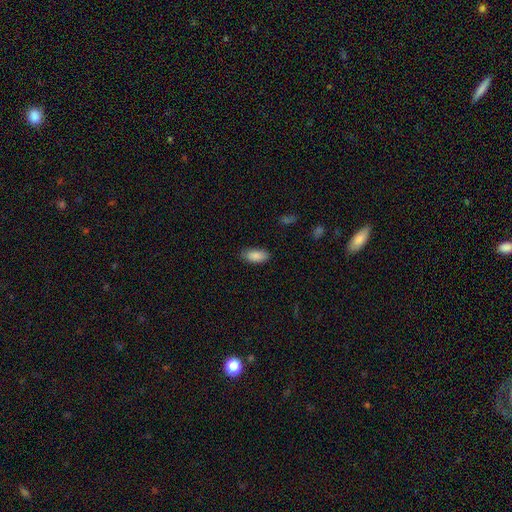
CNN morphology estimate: smooth_or_featured: smooth (p=0.88) [alt: star or artifact p=0.07]
how_rounded: in between (p=0.90) [alt: cigar-shaped p=0.08]
merging: none (p=0.84) [alt: minor disturbance p=0.12]